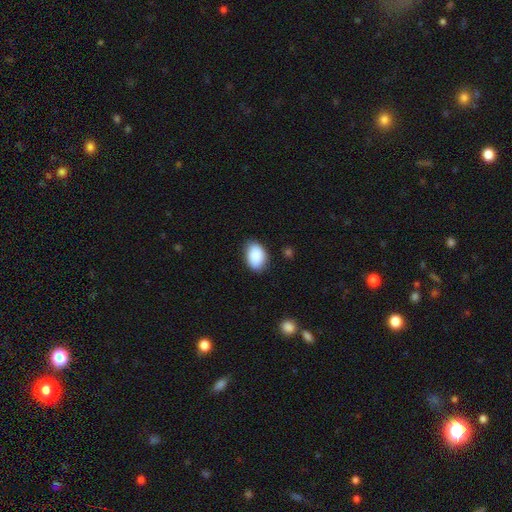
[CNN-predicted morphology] A smooth galaxy with no disk features (90%) that is in between round and cigar-shaped (89%). Merging: none (83%).